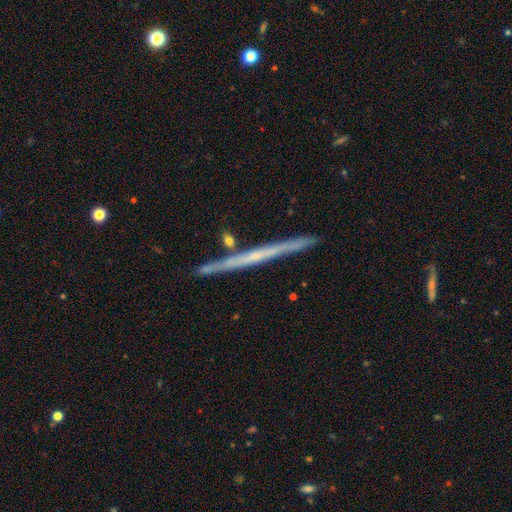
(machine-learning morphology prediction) Smooth or featured? Predicted: featured or disk (p=0.67). Edge-on disk? Predicted: yes (p=0.98). Edge-on bulge? Predicted: none (p=0.81). Merging? Predicted: none (p=0.88).